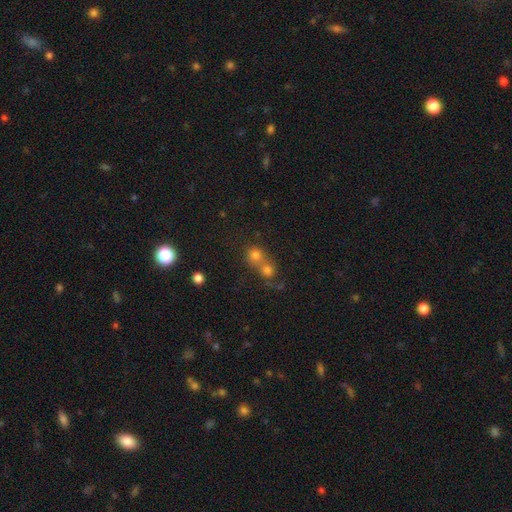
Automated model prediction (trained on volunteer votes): Overall: smooth (69%). How rounded: round (85%). Merging: merger (56%; none 36%).